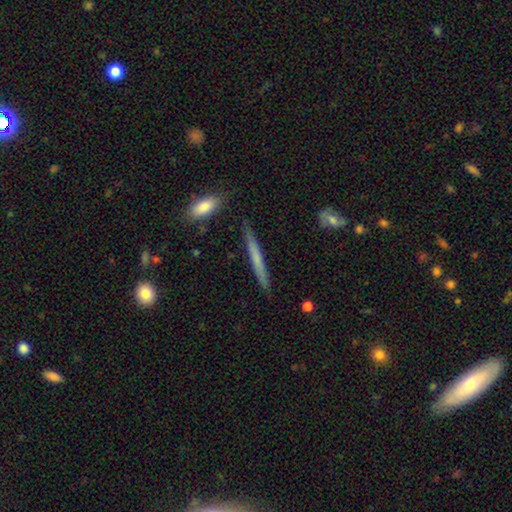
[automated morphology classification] Smooth or featured? smooth (56%)
How rounded? cigar-shaped (96%)
Merging? none (88%)